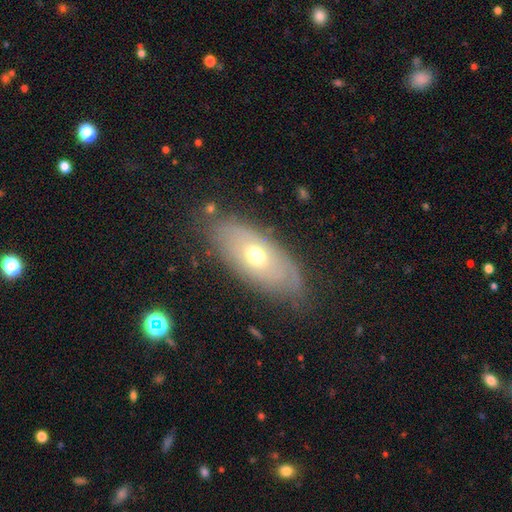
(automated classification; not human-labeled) This is possibly a featured or disk galaxy (47%). Merging: likely none (77%).